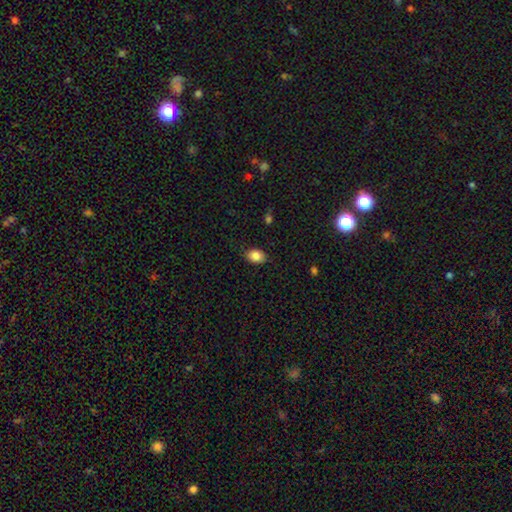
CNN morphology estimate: smooth 86%, star or artifact 9%, featured or disk 6%. Down the decision tree: how rounded — in between (75%); merging — none (81%).